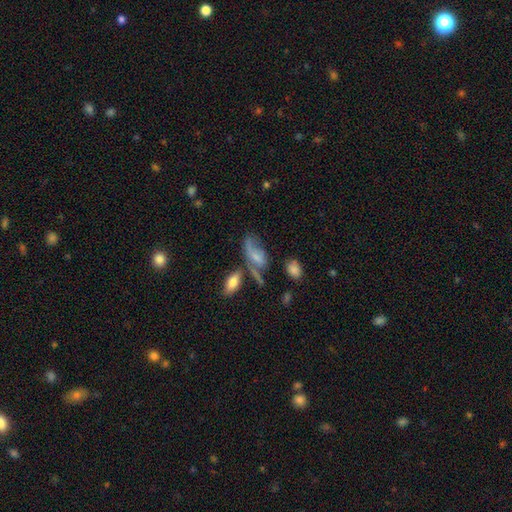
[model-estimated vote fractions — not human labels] A smooth galaxy with no disk features (49%). Merging: none (32%).